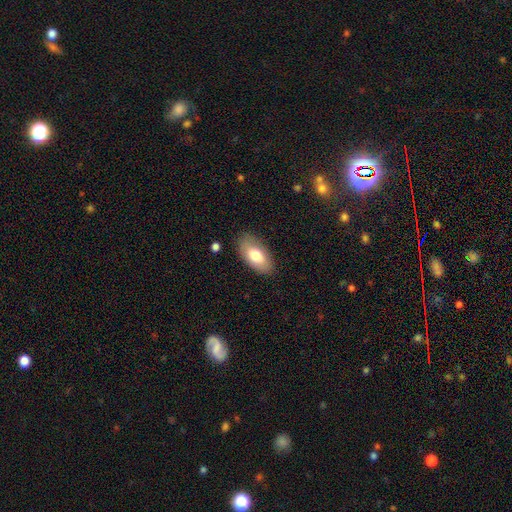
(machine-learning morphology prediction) This is likely a smooth galaxy (76%). How rounded: clearly in between (93%). Merging: clearly none (83%).